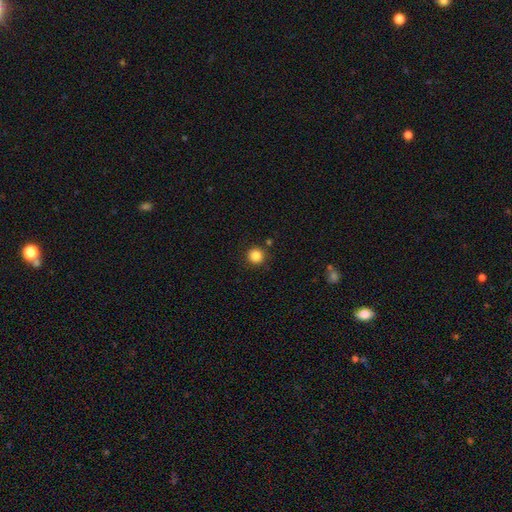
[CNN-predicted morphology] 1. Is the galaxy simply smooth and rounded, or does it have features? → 85% smooth, 11% star or artifact, 4% featured or disk.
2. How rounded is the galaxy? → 94% round, 5% in between, 1% cigar-shaped.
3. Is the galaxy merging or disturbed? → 89% none, 6% minor disturbance, 3% merger, 2% major disturbance.